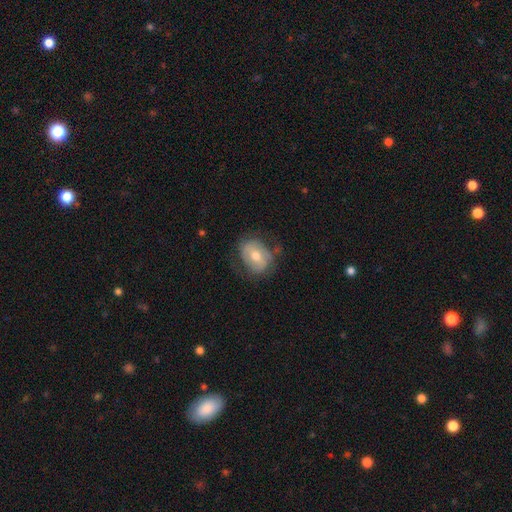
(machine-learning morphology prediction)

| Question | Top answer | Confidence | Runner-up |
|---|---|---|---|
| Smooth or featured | featured or disk | 48% | smooth (45%) |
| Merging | none | 58% | minor disturbance (26%) |